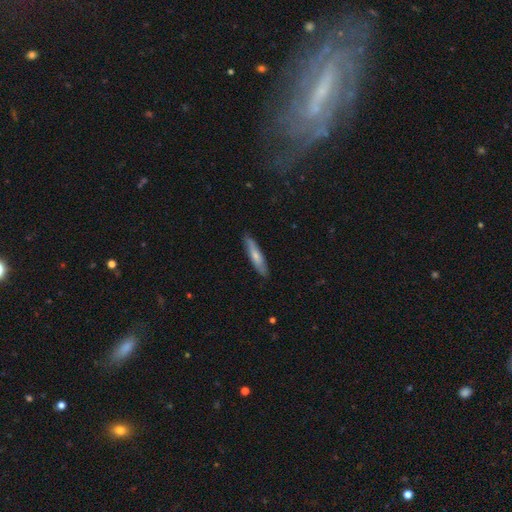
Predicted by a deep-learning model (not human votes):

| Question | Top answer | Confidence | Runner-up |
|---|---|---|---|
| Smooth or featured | smooth | 63% | featured or disk (32%) |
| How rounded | cigar-shaped | 81% | in between (17%) |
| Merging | none | 85% | minor disturbance (12%) |